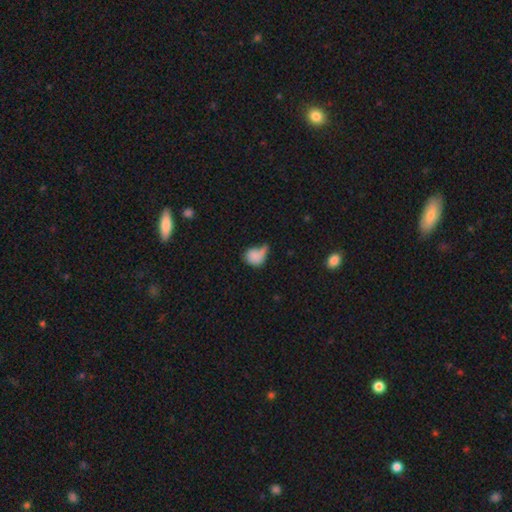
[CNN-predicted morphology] Q: Smooth or featured?
A: smooth (76%); runner-up: featured or disk (15%)
Q: How rounded?
A: round (57%); runner-up: in between (41%)
Q: Merging?
A: major disturbance (30%); tied with: minor disturbance (30%)